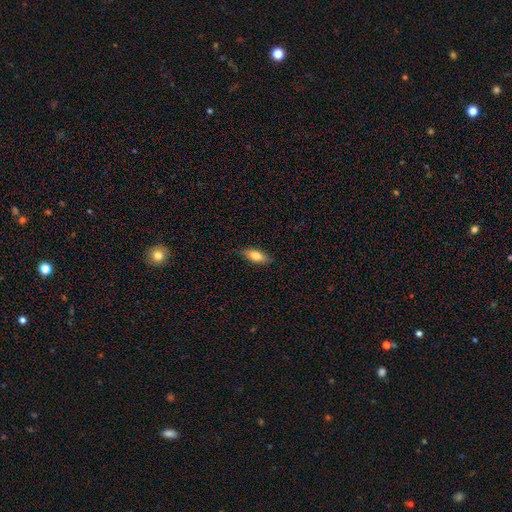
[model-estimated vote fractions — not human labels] Smooth or featured? Predicted: smooth (p=0.76). How rounded? Predicted: in between (p=0.78). Merging? Predicted: none (p=0.83).